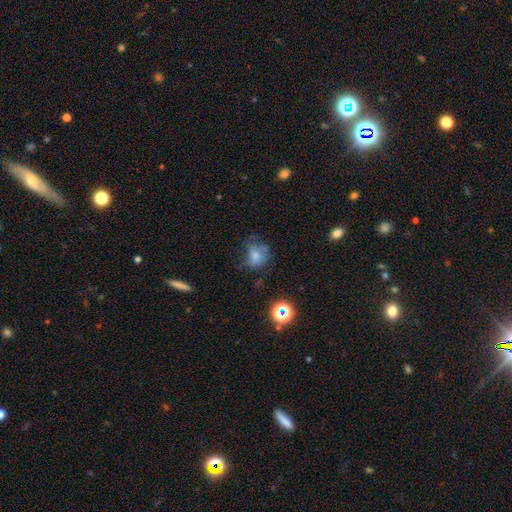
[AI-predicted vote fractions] Smooth or featured? smooth (58%)
How rounded? round (59%)
Merging? none (46%)